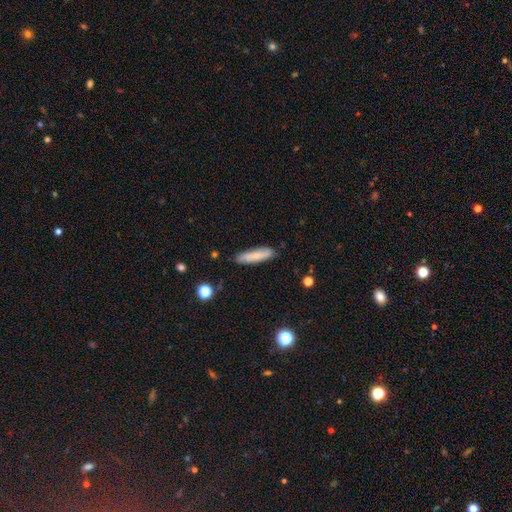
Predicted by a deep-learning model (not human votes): Smooth or featured?
  - smooth: 72% *
  - featured or disk: 21%
  - star or artifact: 7%
How rounded?
  - cigar-shaped: 77% *
  - in between: 21%
  - round: 2%
Merging?
  - none: 84% *
  - minor disturbance: 12%
  - major disturbance: 2%
  - merger: 2%